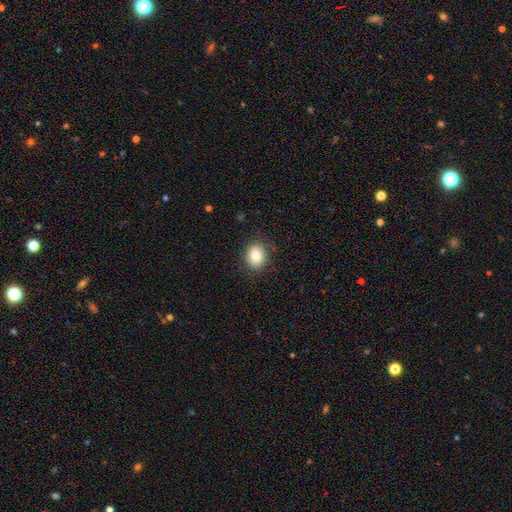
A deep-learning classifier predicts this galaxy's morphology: Smooth or featured? Predicted: smooth (p=0.80). How rounded? Predicted: round (p=0.61). Merging? Predicted: none (p=0.85).